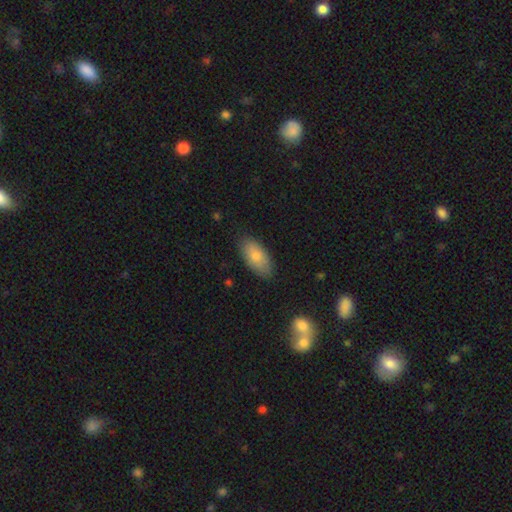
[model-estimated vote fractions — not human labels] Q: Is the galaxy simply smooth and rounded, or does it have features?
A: smooth — 77%.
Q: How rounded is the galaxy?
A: in between — 91%.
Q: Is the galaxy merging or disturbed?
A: none — 84%.